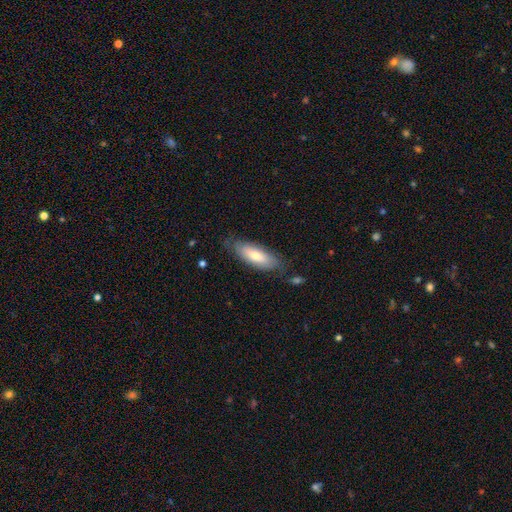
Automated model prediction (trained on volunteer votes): Overall: smooth (68%). How rounded: in between (65%; cigar-shaped 33%). Merging: none (73%).